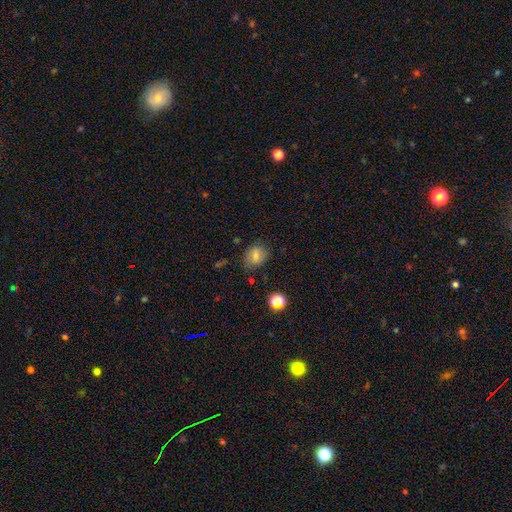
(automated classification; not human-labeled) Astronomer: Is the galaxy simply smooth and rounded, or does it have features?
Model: smooth — 77%.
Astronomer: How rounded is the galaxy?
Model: in between — 58% (runner-up: round, 41%).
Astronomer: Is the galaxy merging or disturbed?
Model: none — 77%.